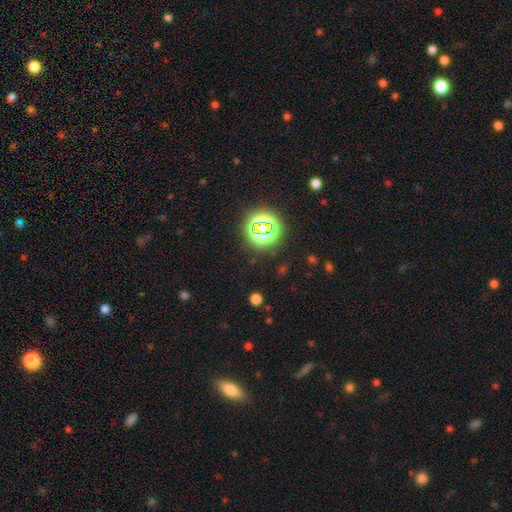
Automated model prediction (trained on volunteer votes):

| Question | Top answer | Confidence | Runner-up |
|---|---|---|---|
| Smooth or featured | star or artifact | 75% | smooth (17%) |